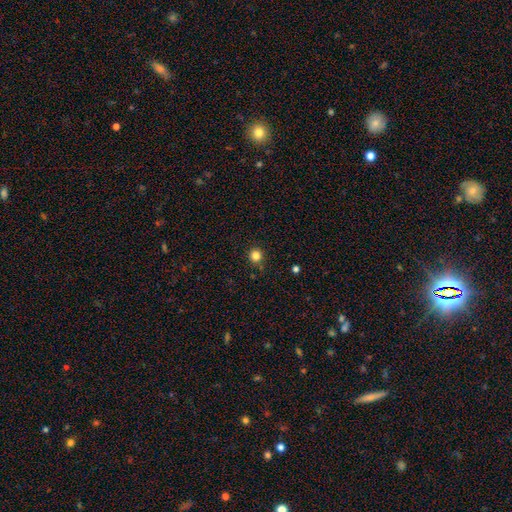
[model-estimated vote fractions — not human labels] Smooth or featured: smooth — 83% (star or artifact — 13%)
How rounded: round — 94% (in between — 5%)
Merging: none — 86% (minor disturbance — 9%)